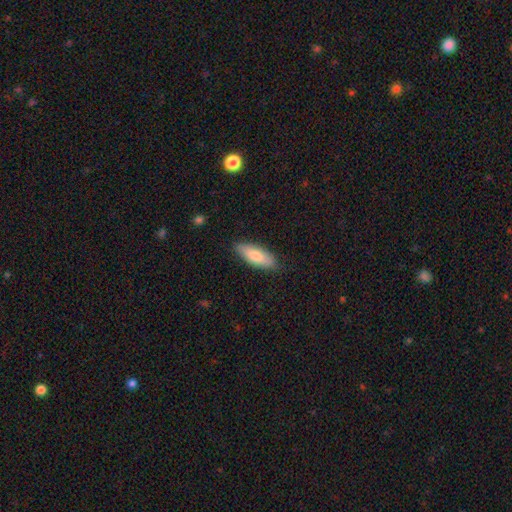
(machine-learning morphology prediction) Smooth or featured? smooth (77%)
How rounded? in between (65%)
Merging? none (84%)